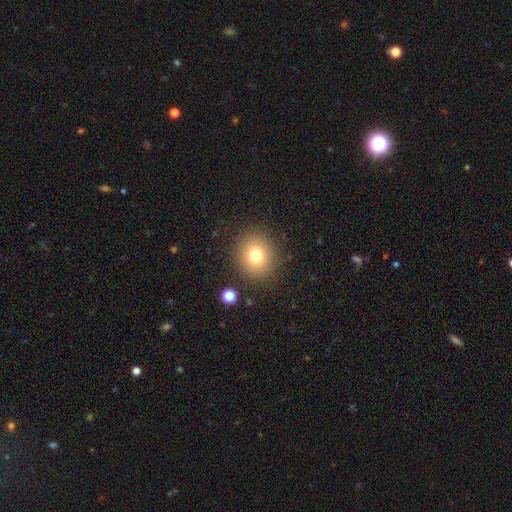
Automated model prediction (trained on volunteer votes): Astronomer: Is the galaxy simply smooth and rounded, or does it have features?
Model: smooth — 76%.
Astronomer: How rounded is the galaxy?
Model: round — 85%.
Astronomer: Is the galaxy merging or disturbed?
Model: none — 88%.